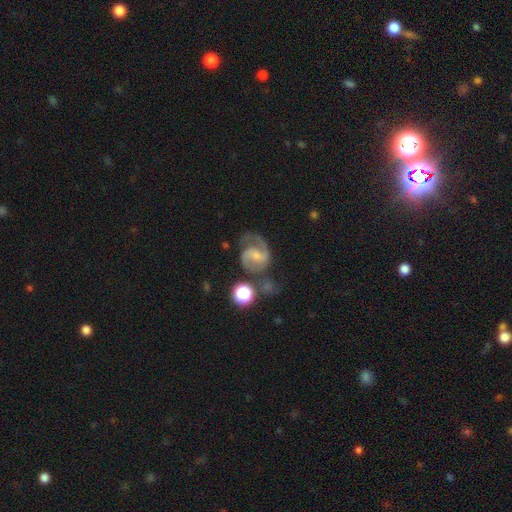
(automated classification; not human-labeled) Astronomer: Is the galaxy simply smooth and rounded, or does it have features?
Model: featured or disk — 85%.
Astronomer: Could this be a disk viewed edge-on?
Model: no — 98%.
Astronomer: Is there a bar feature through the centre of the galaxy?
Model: weak — 49% (runner-up: no, 35%).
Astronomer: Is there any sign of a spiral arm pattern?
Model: yes — 97%.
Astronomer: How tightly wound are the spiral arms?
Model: medium — 58%.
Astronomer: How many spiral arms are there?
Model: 2 — 87%.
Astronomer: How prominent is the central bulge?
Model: small — 56%.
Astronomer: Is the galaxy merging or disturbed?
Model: none — 60%.